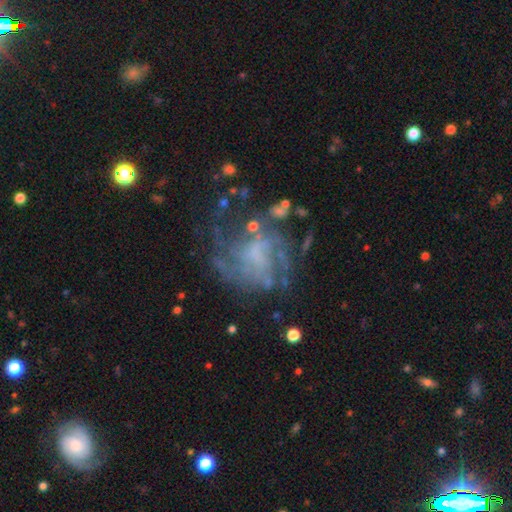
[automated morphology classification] type=featured or disk (74%); edge-on=no (98%); bar=no (64%); spiral arms=yes (81%); winding=medium (40%); arm count=can't tell (39%); bulge=none (52%); merging=none (56%).